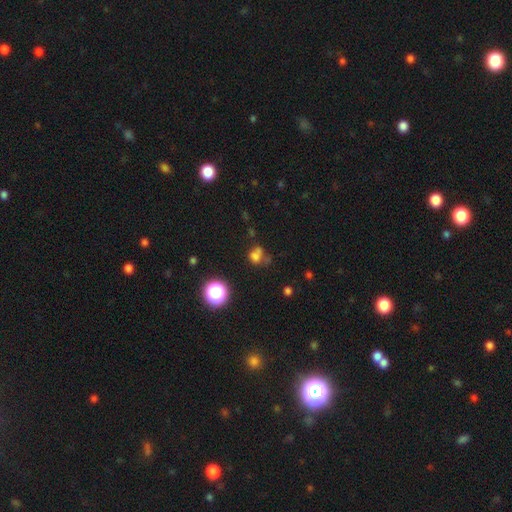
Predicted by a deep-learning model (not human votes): Smooth or featured: smooth — 63% (star or artifact — 23%)
How rounded: round — 60% (in between — 39%)
Merging: none — 39% (merger — 27%)